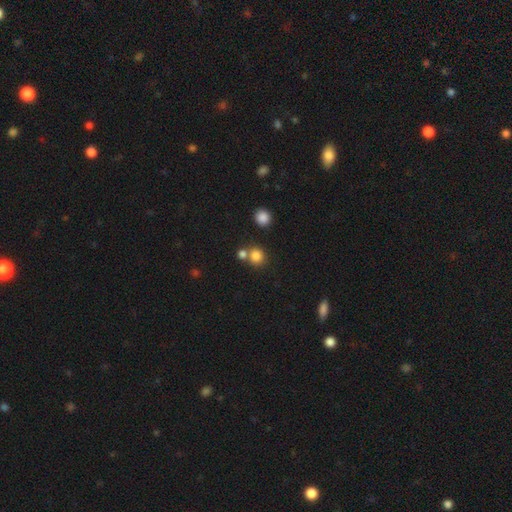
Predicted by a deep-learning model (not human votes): Smooth or featured?
  - smooth: 82% *
  - star or artifact: 12%
  - featured or disk: 6%
How rounded?
  - round: 86% *
  - in between: 13%
  - cigar-shaped: 1%
Merging?
  - none: 60% *
  - merger: 30%
  - minor disturbance: 8%
  - major disturbance: 3%